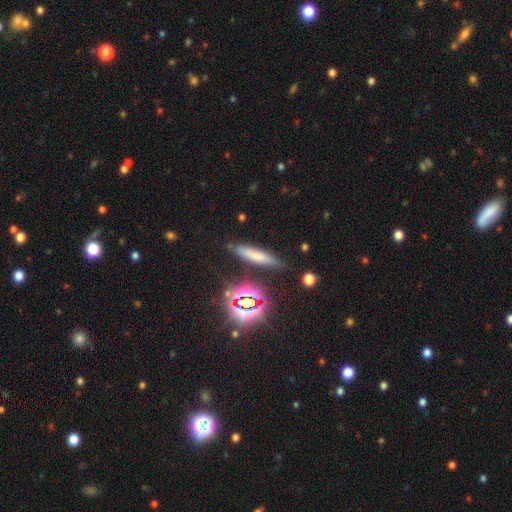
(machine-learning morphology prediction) A smooth galaxy with no disk features (60%) that is cigar-shaped (83%). Merging: none (81%).